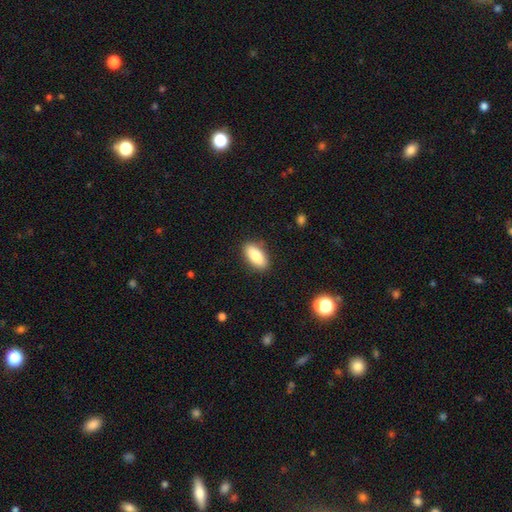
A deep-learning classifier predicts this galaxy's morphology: Smooth or featured? Predicted: smooth (p=0.84). How rounded? Predicted: in between (p=0.86). Merging? Predicted: none (p=0.87).